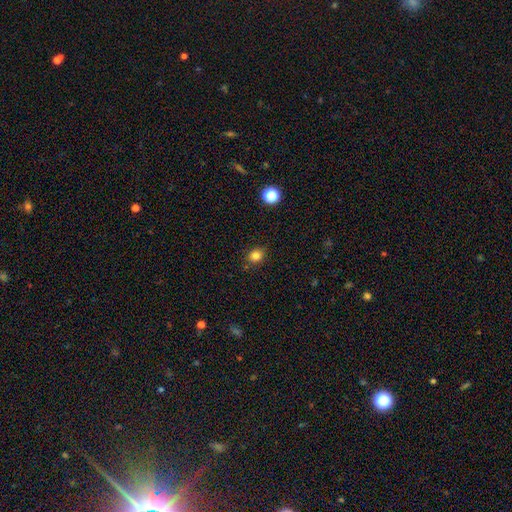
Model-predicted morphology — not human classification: smooth 82%, star or artifact 13%, featured or disk 5%. Down the decision tree: how rounded — round (69%); merging — none (85%).